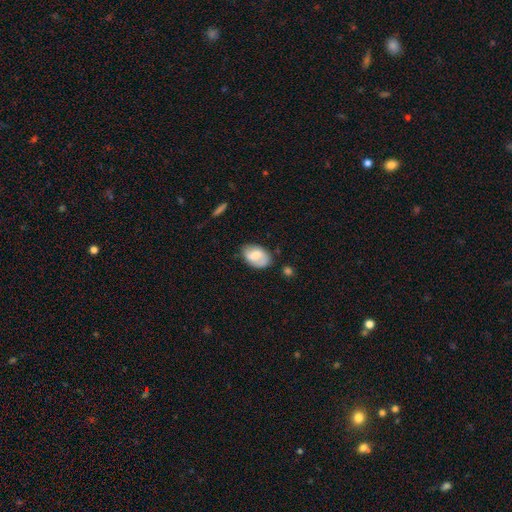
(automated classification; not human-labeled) Smooth or featured: smooth — 66% (featured or disk — 27%)
How rounded: in between — 89% (round — 9%)
Merging: none — 68% (minor disturbance — 23%)